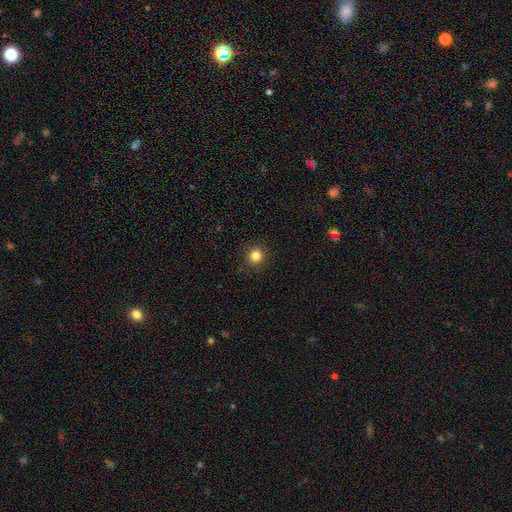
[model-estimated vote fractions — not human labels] This appears to be a smooth galaxy with no disk features (84%) that is round (93%). Merging: none (90%).